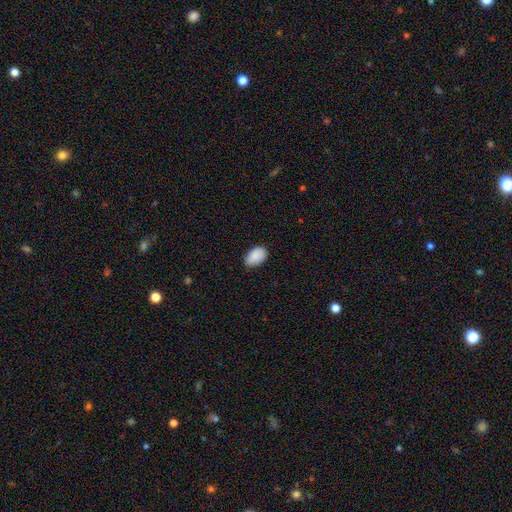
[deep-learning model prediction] A smooth galaxy with no disk features (89%) that is in between round and cigar-shaped (92%). Merging: none (76%).